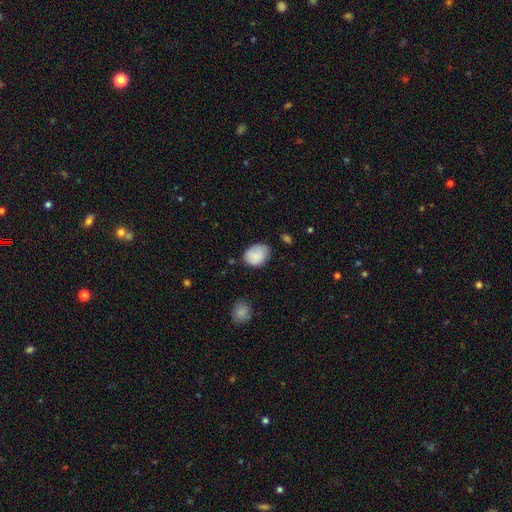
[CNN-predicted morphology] This is clearly a smooth galaxy (85%). How rounded: likely in between (62%). Merging: likely none (69%).